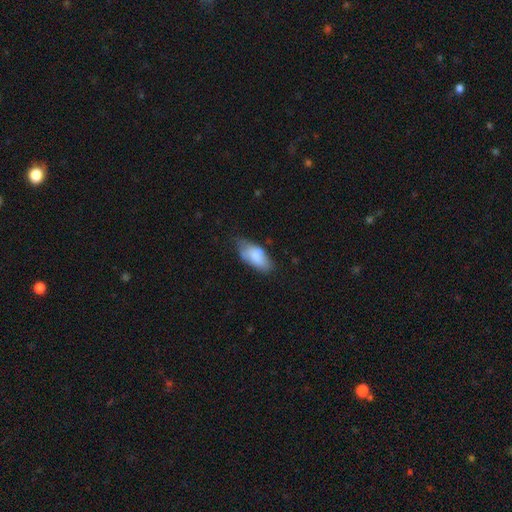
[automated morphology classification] Smooth or featured: smooth — 78% (featured or disk — 15%)
How rounded: in between — 90% (cigar-shaped — 7%)
Merging: none — 49% (minor disturbance — 38%)